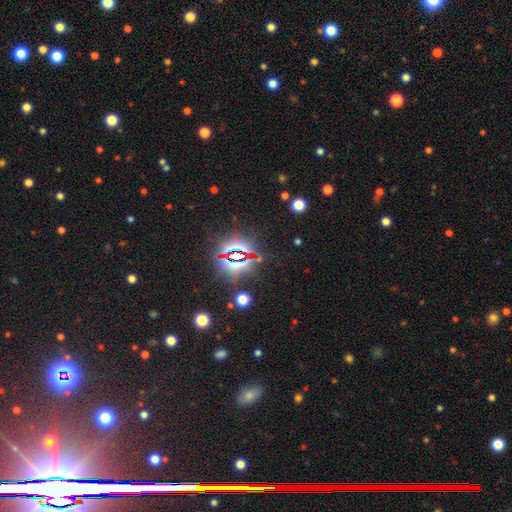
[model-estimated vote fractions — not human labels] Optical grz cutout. It shows a star or artifact, not a galaxy (82%).